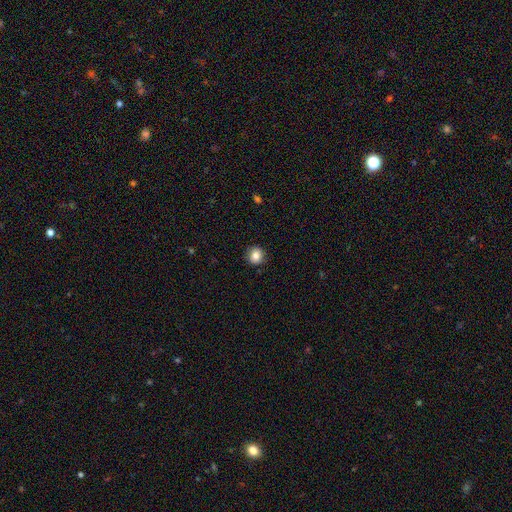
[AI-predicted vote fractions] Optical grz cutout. It shows a smooth galaxy with no disk features (84%) that is round (89%). Merging: none (89%).